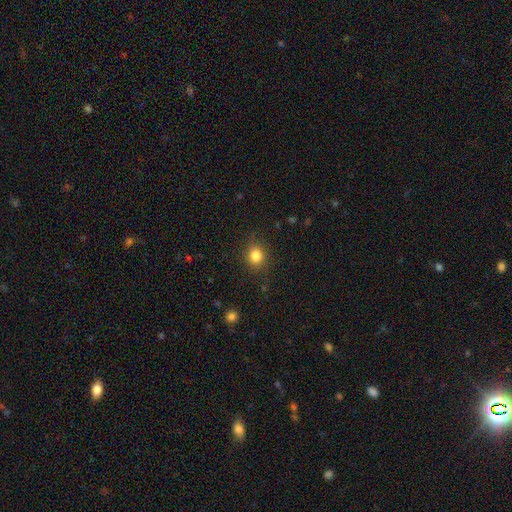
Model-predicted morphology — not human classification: The model was most divided on "how rounded": round: 77%, in between: 22%, cigar-shaped: 1%. More confident: merging — none (88%); smooth or featured — smooth (83%).